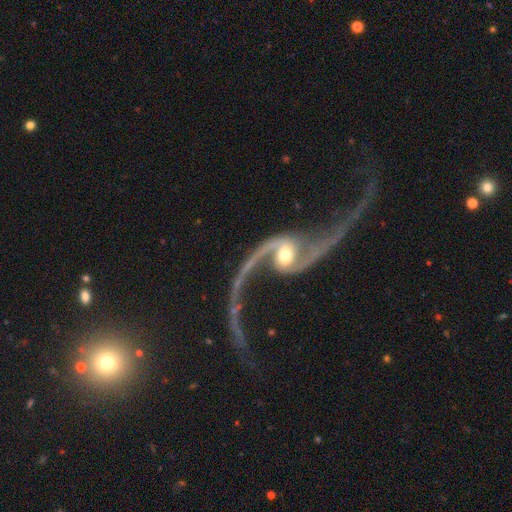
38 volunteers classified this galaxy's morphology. featured or disk 97%, star or artifact 3%, smooth 0%. Down the decision tree: edge-on disk — no (95%); bar — no (66%); spiral arms — yes (100%); spiral arm count — 2 (97%); spiral winding — loose (80%); bulge size — moderate (46%, tied with small); merging — none (54%).